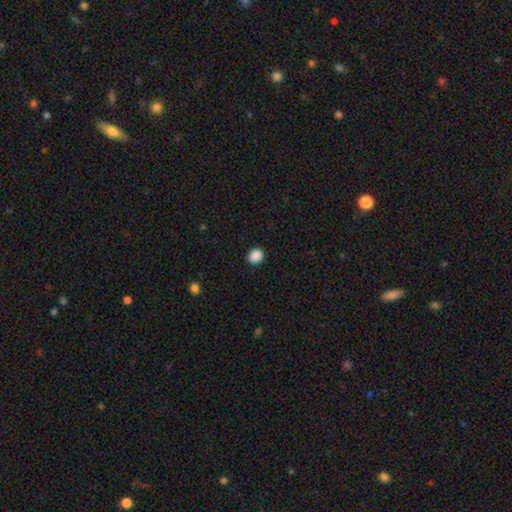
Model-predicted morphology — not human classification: Smooth or featured?
  - smooth: 89% *
  - star or artifact: 9%
  - featured or disk: 2%
How rounded?
  - round: 65% *
  - in between: 35%
  - cigar-shaped: 1%
Merging?
  - none: 90% *
  - minor disturbance: 7%
  - major disturbance: 2%
  - merger: 1%